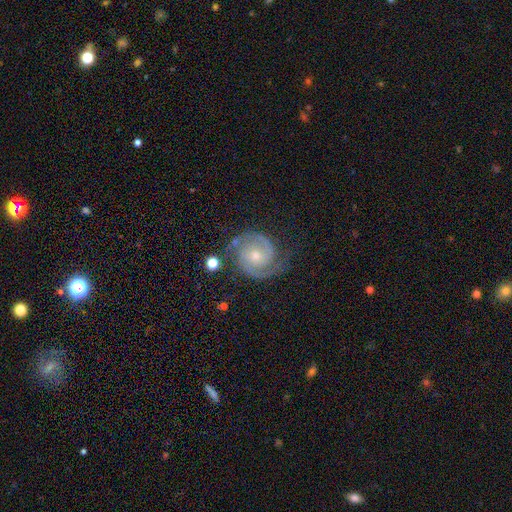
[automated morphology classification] This is clearly a featured or disk galaxy (90%). It is clearly not viewed edge-on (98%). Bar: likely no (69%). Spiral arm pattern: clearly yes (98%). Spiral arm count: clearly 2 (91%). Spiral winding: possibly tight (54%). Central bulge: possibly small (54%). Merging: likely none (77%).